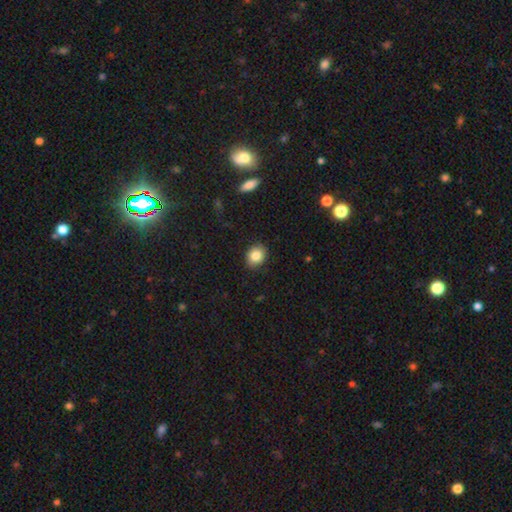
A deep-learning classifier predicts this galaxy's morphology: Q: Smooth or featured?
A: smooth (84%); runner-up: star or artifact (9%)
Q: How rounded?
A: round (58%); runner-up: in between (41%)
Q: Merging?
A: none (87%); runner-up: minor disturbance (10%)